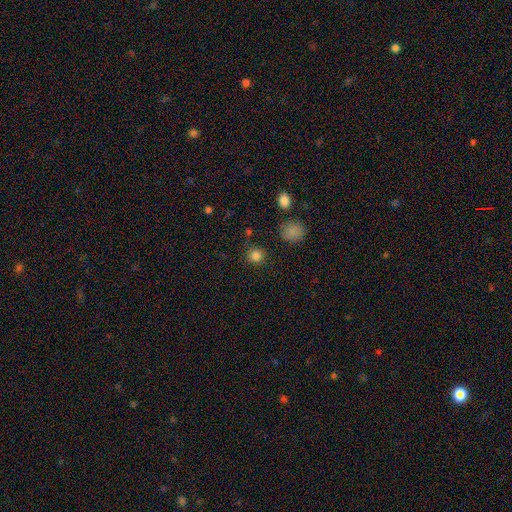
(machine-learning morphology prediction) Overall: smooth (82%). How rounded: round (91%). Merging: none (85%).